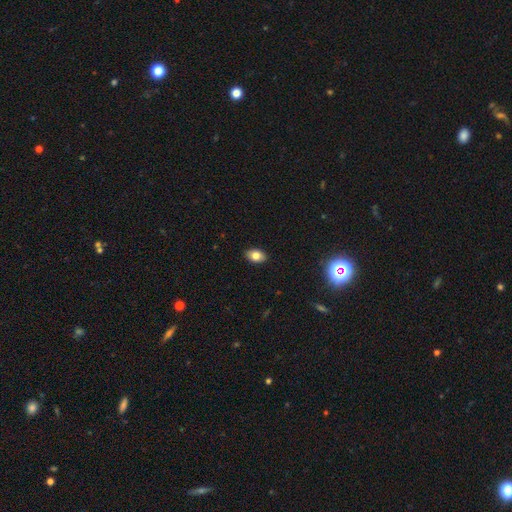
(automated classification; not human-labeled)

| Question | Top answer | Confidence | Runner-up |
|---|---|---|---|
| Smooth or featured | smooth | 81% | featured or disk (10%) |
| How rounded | in between | 86% | round (12%) |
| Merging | none | 89% | minor disturbance (8%) |